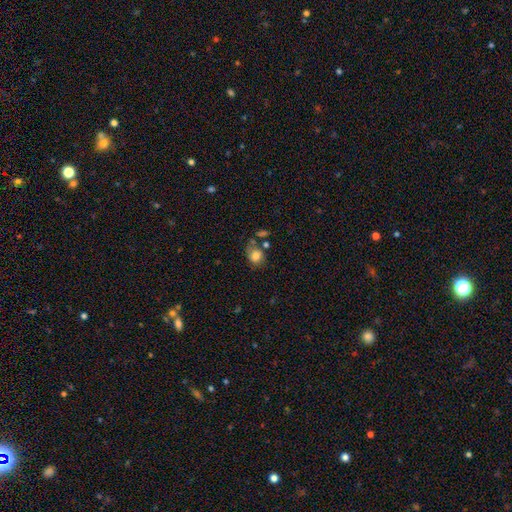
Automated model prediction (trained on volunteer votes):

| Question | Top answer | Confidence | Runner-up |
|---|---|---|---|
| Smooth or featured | smooth | 79% | featured or disk (12%) |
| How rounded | round | 59% | in between (40%) |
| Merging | none | 52% | minor disturbance (24%) |